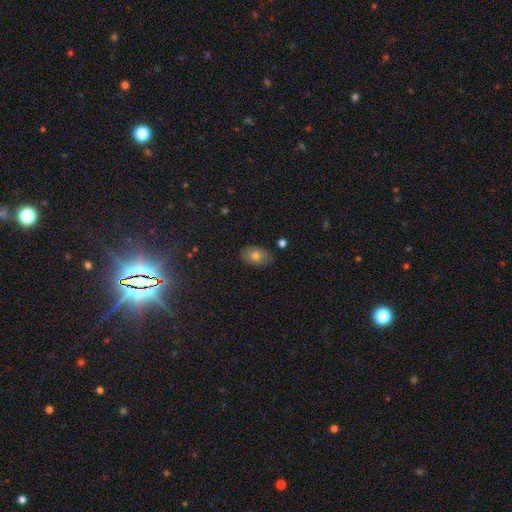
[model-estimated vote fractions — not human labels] A smooth galaxy with no disk features (75%) that is in between round and cigar-shaped (85%).

Vote fractions:
- Smooth or featured? smooth: 75% / featured or disk: 16% / star or artifact: 9%
- How rounded? in between: 85% / round: 13% / cigar-shaped: 1%
- Merging? none: 82% / minor disturbance: 13% / major disturbance: 3% / merger: 2%